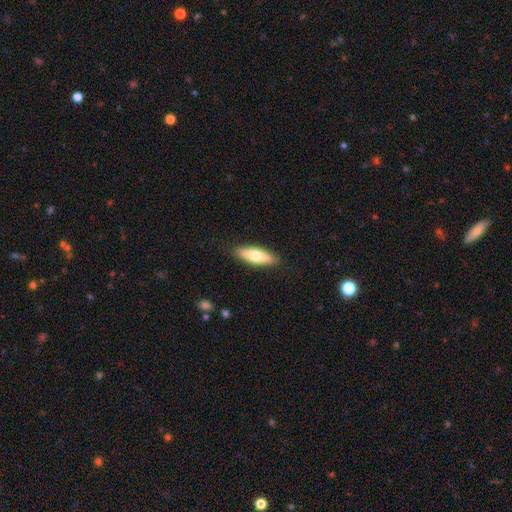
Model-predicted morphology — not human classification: smooth_or_featured: smooth (p=0.69) [alt: featured or disk p=0.26]
how_rounded: in between (p=0.60) [alt: cigar-shaped p=0.38]
merging: none (p=0.87) [alt: minor disturbance p=0.10]